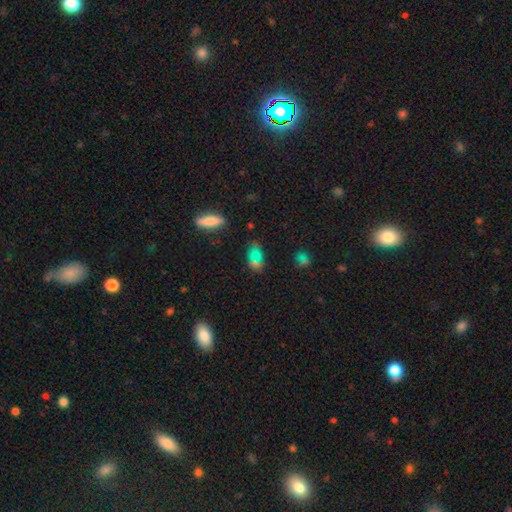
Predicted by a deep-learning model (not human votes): Morphology: type=smooth (66%); roundness=in between (78%); merging=none (58%).